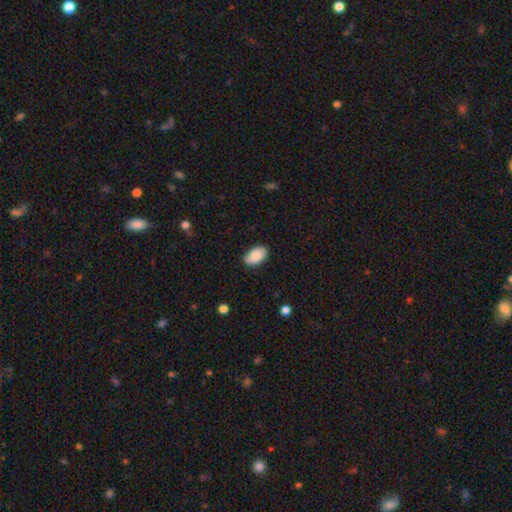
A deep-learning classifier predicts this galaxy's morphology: Q: Smooth or featured?
A: smooth (85%); runner-up: featured or disk (8%)
Q: How rounded?
A: in between (94%); runner-up: round (5%)
Q: Merging?
A: none (83%); runner-up: minor disturbance (14%)